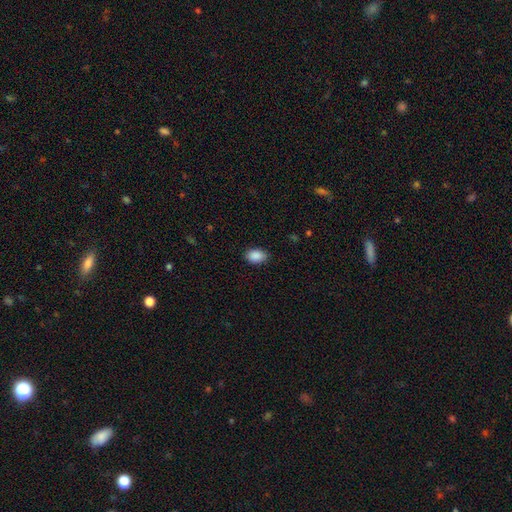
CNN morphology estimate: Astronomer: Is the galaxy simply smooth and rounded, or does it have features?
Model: smooth — 90%.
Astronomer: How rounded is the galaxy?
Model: in between — 83%.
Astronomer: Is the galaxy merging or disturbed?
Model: none — 86%.